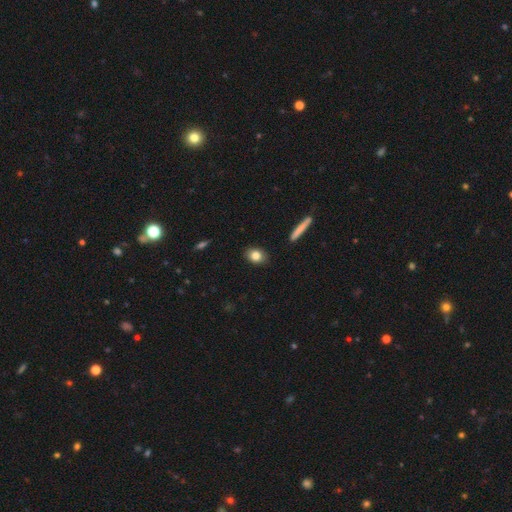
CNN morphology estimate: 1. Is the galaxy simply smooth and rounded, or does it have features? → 82% smooth, 10% featured or disk, 8% star or artifact.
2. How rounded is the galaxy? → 67% in between, 30% round, 3% cigar-shaped.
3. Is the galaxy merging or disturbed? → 88% none, 9% minor disturbance, 2% major disturbance, 1% merger.